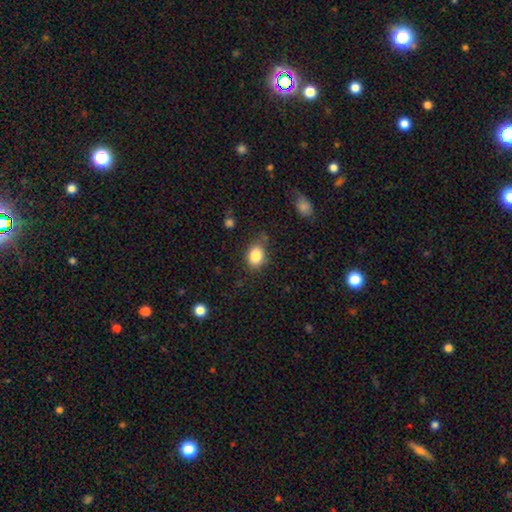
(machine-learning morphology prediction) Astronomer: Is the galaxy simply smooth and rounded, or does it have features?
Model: smooth — 85%.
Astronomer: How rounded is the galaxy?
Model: in between — 64%.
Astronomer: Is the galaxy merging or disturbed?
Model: none — 74%.